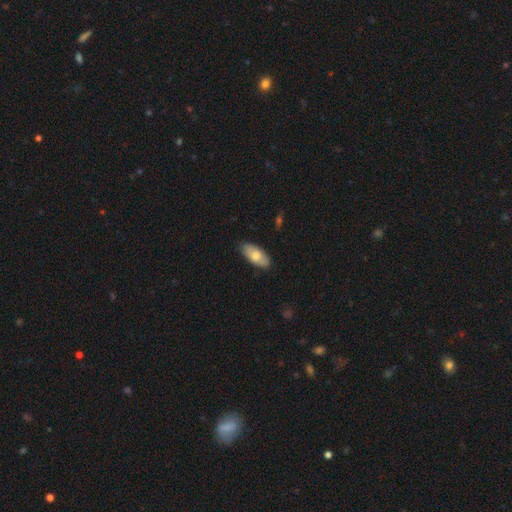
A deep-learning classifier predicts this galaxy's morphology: Overall: smooth (75%). How rounded: in between (89%). Merging: none (85%).